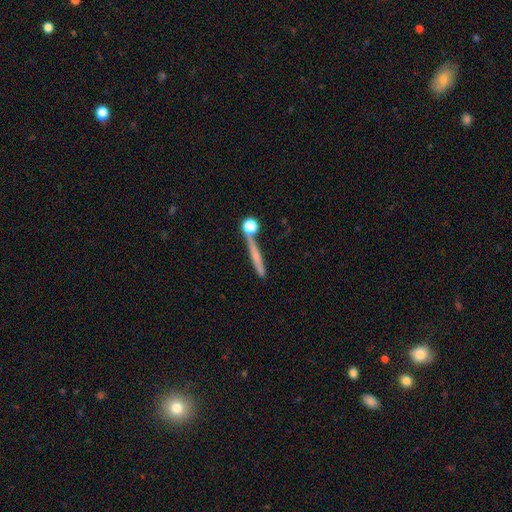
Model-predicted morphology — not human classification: This appears to be a smooth galaxy with no disk features (52%) that is cigar-shaped (82%). Merging: none (70%).